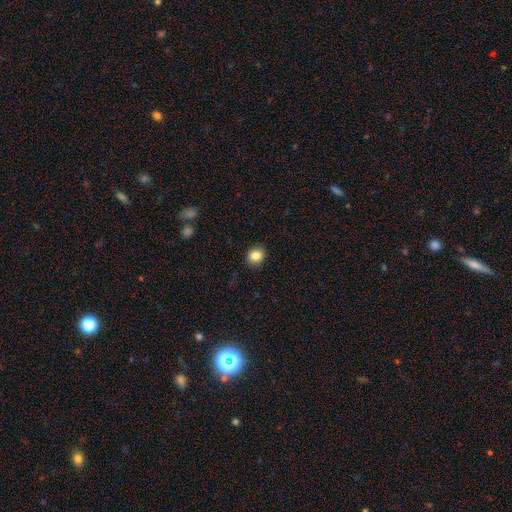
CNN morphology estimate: Smooth or featured? smooth (85%)
How rounded? round (71%)
Merging? none (89%)